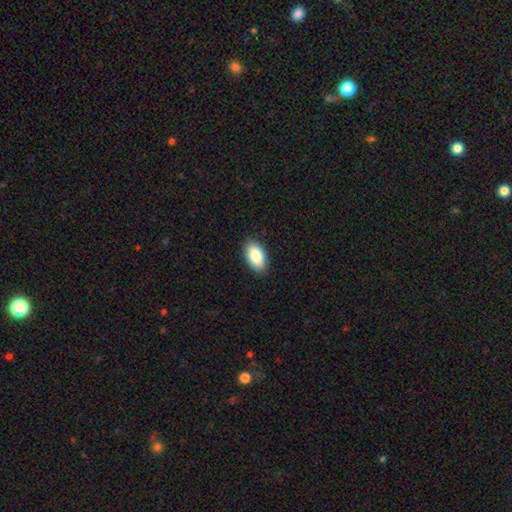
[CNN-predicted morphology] This appears to be a smooth galaxy with no disk features (85%) that is in between round and cigar-shaped (94%). Merging: none (89%).